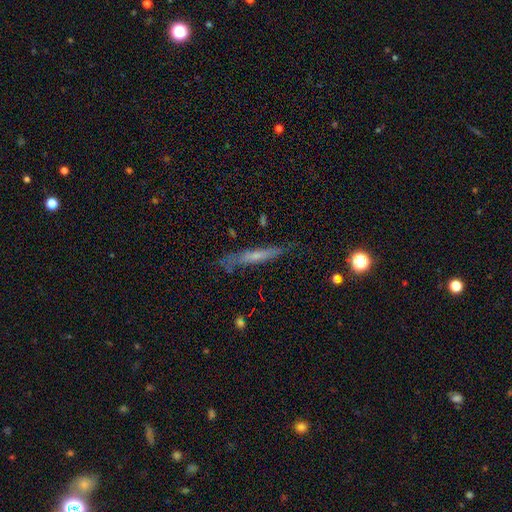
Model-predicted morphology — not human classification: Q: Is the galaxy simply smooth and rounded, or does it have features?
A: featured or disk — 48%.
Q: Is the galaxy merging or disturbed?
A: none — 74%.